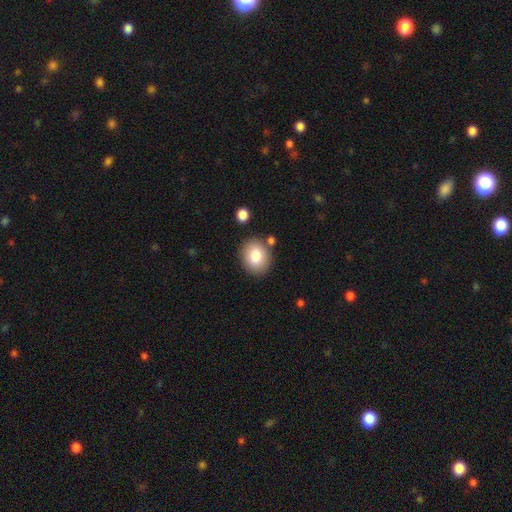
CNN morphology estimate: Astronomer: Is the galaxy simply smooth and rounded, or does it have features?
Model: smooth — 81%.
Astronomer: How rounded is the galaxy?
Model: round — 53% (runner-up: in between, 46%).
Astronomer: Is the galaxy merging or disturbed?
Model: none — 81%.